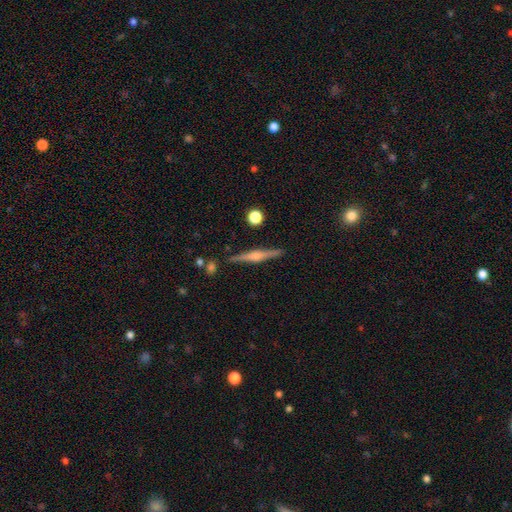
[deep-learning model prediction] The model was most divided on "smooth or featured": featured or disk: 75%, smooth: 18%, star or artifact: 8%. More confident: edge-on disk — yes (97%); merging — none (85%); edge-on bulge — rounded (82%).